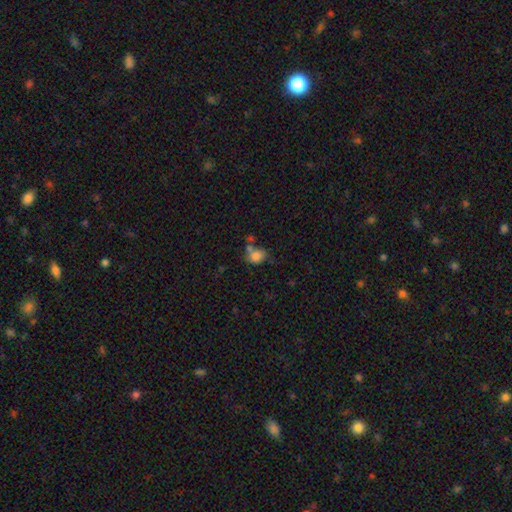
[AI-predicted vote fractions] A smooth galaxy with no disk features (80%) that is in between round and cigar-shaped (56%). Merging: none (47%).